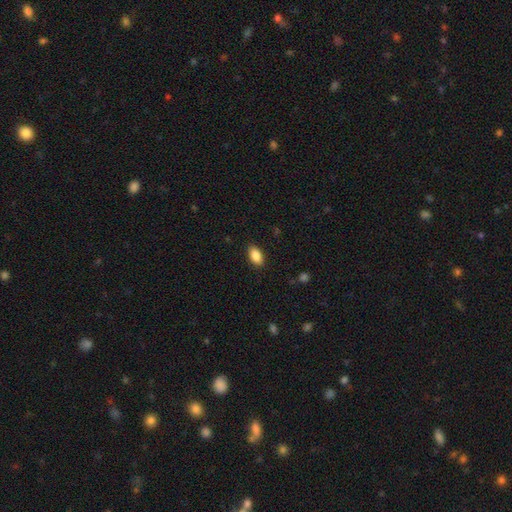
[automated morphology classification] Smooth or featured? smooth (88%)
How rounded? in between (92%)
Merging? none (88%)